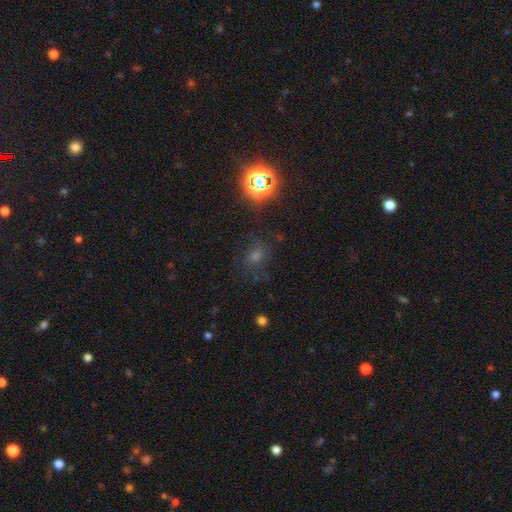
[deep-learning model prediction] A star or artifact, not a galaxy (46%).